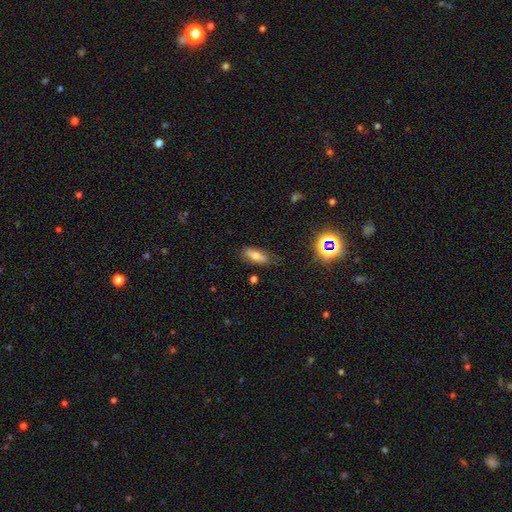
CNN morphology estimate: A smooth galaxy with no disk features (63%) that is in between round and cigar-shaped (67%). Merging: none (74%).